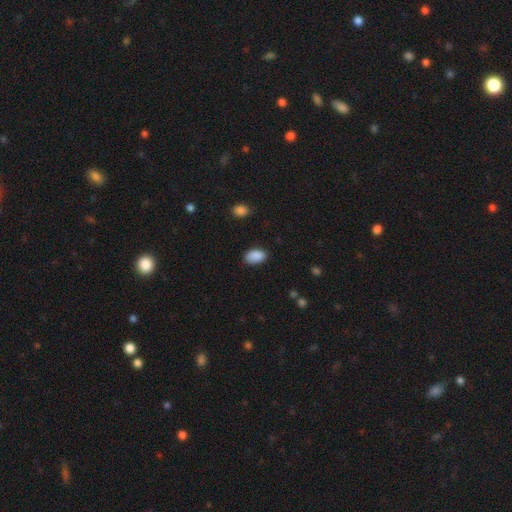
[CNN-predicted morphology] A smooth galaxy with no disk features (89%) that is in between round and cigar-shaped (91%). Merging: none (83%).